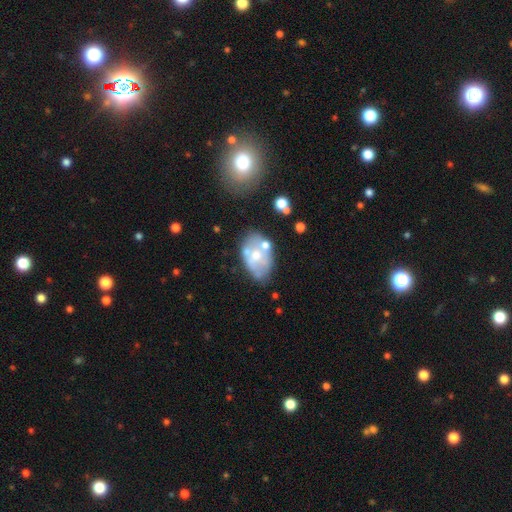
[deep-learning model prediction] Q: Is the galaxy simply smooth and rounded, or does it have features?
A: featured or disk — 49%.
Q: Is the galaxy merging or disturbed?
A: none — 47%.